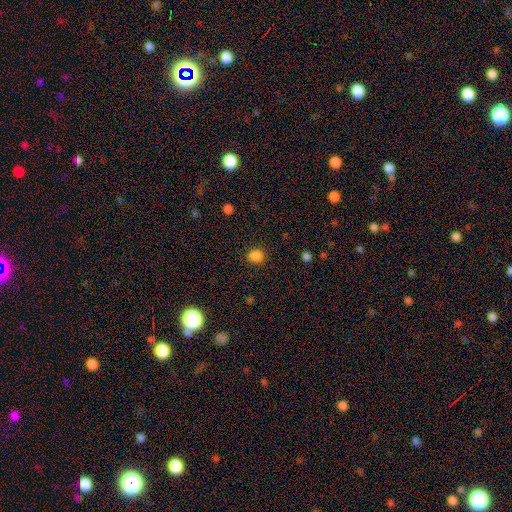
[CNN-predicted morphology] Smooth or featured?
  - smooth: 84% *
  - star or artifact: 13%
  - featured or disk: 3%
How rounded?
  - round: 75% *
  - in between: 24%
  - cigar-shaped: 1%
Merging?
  - none: 87% *
  - minor disturbance: 9%
  - major disturbance: 3%
  - merger: 1%